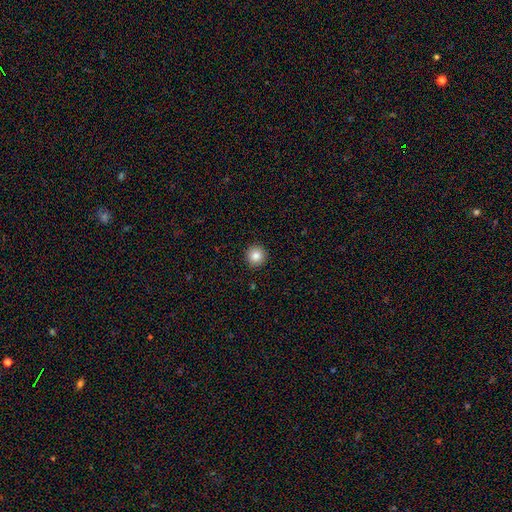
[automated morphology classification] type=smooth (85%); roundness=round (95%); merging=none (93%).